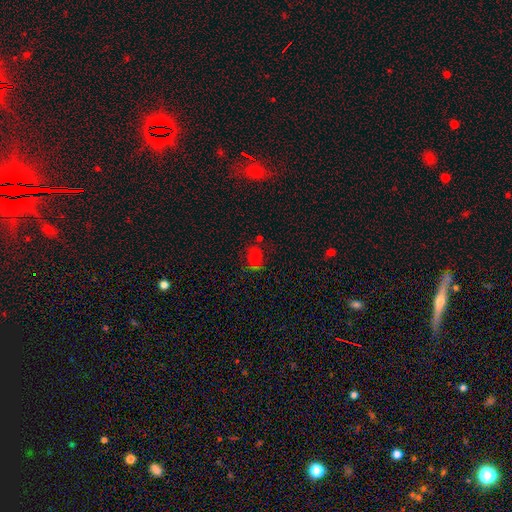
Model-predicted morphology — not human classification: This is possibly a smooth galaxy (59%). How rounded: possibly in between (53%). Merging: possibly none (52%).